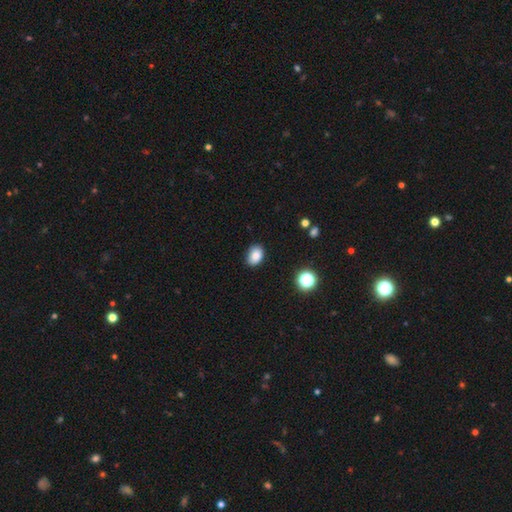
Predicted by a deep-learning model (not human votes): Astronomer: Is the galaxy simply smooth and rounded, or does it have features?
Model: smooth — 86%.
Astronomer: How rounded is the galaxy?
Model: in between — 75%.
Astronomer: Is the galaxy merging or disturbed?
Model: none — 81%.